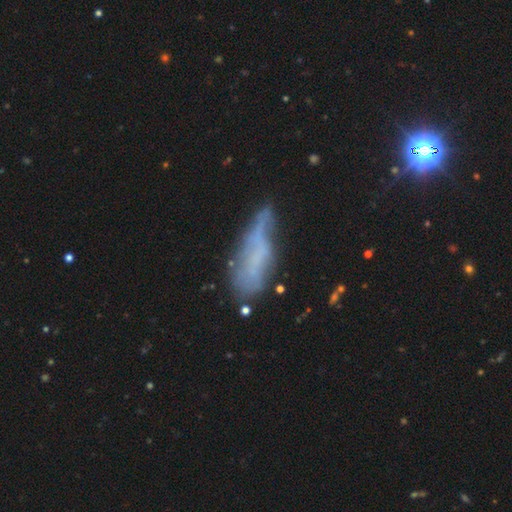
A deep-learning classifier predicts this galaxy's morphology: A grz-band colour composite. It shows a smooth galaxy with no disk features (44%). Merging: none (36%).